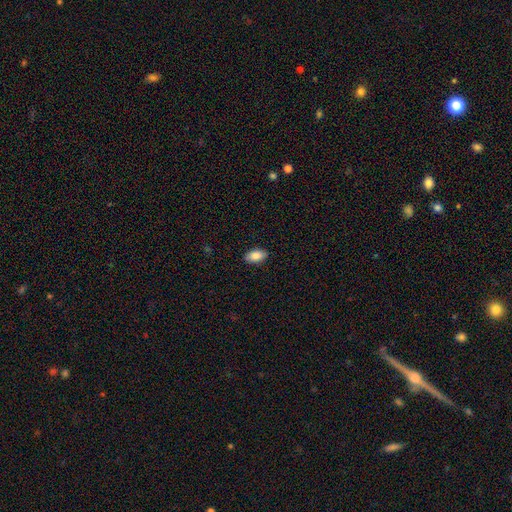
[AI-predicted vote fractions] Smooth or featured?
  - smooth: 87% *
  - star or artifact: 7%
  - featured or disk: 7%
How rounded?
  - in between: 92% *
  - round: 4%
  - cigar-shaped: 3%
Merging?
  - none: 88% *
  - minor disturbance: 9%
  - major disturbance: 2%
  - merger: 1%